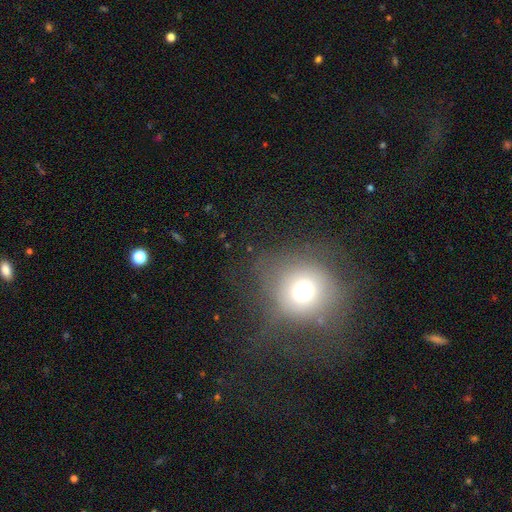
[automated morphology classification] smooth-or-featured: smooth: 55% | star or artifact: 26% | featured or disk: 19%
  how-rounded: round: 90% | in between: 9% | cigar-shaped: 1%
  merging: none: 65% | major disturbance: 17% | minor disturbance: 16% | merger: 2%